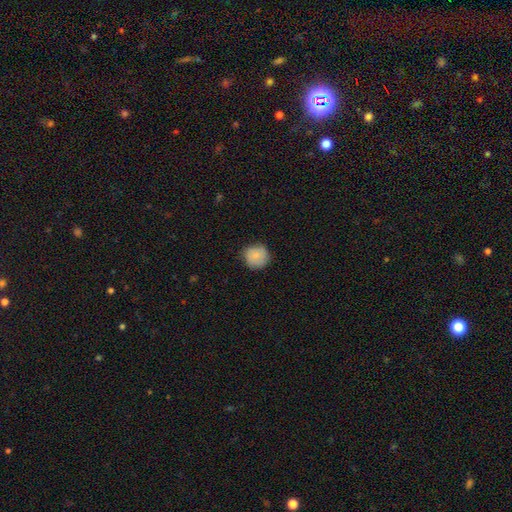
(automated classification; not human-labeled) Smooth or featured?
  - smooth: 82% *
  - featured or disk: 10%
  - star or artifact: 8%
How rounded?
  - round: 91% *
  - in between: 8%
  - cigar-shaped: 1%
Merging?
  - none: 77% *
  - minor disturbance: 18%
  - major disturbance: 3%
  - merger: 1%